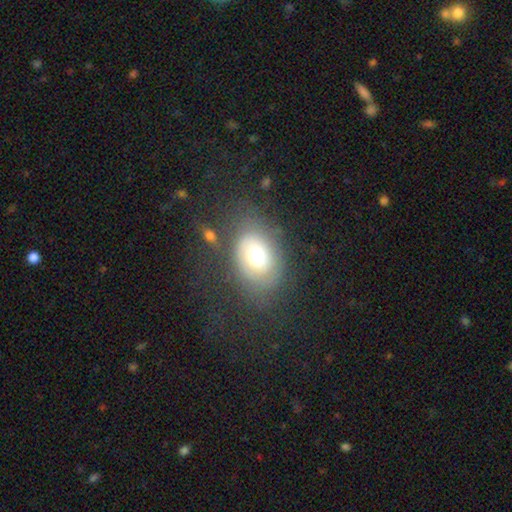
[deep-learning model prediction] smooth-or-featured: smooth: 60% | featured or disk: 30% | star or artifact: 10%
  how-rounded: in between: 70% | round: 29% | cigar-shaped: 1%
  merging: none: 61% | minor disturbance: 19% | major disturbance: 16% | merger: 4%